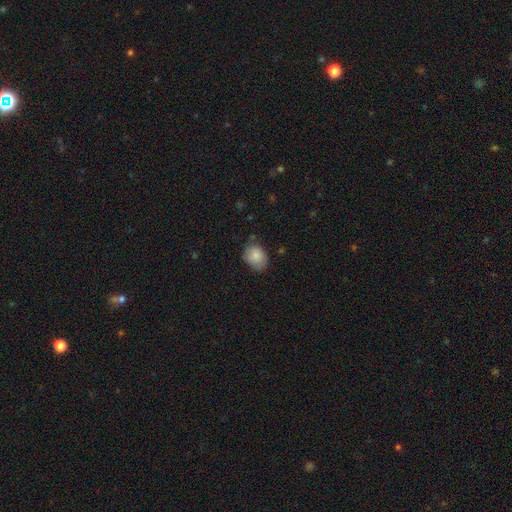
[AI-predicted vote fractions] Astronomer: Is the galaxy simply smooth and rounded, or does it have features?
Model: smooth — 85%.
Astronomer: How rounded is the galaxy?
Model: in between — 60% (runner-up: round, 39%).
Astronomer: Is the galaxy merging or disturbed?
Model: none — 67%.